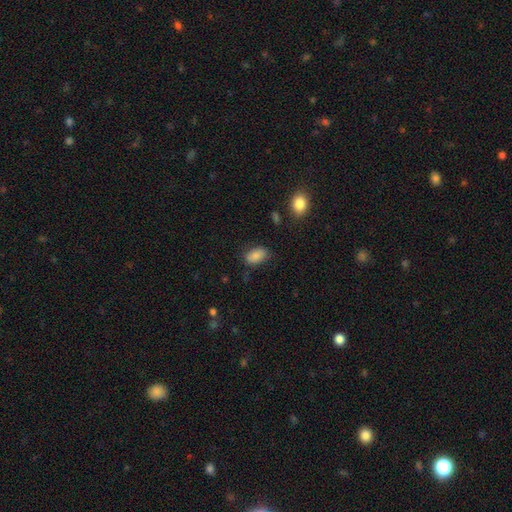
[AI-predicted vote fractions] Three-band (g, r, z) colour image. It shows a smooth galaxy with no disk features (85%) that is in between round and cigar-shaped (91%). Merging: none (77%).